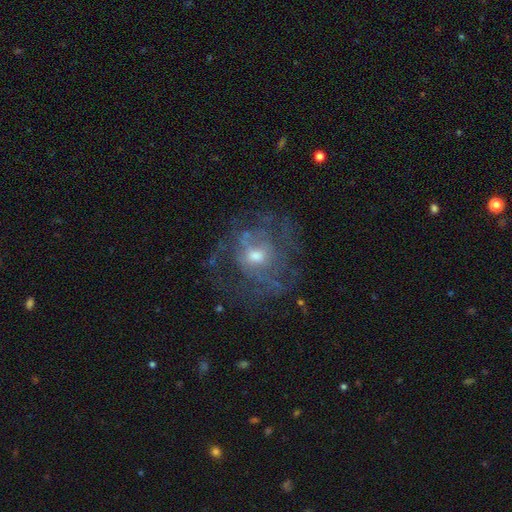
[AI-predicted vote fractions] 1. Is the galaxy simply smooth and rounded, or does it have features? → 67% featured or disk, 21% smooth, 12% star or artifact.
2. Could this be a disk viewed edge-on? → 97% no, 3% yes.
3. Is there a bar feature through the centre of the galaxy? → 72% no, 23% weak, 5% strong.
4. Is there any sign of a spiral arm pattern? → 56% no, 44% yes.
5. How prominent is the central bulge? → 56% moderate, 37% small, 4% large, 2% none, 1% dominant.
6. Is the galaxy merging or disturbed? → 56% none, 24% major disturbance, 18% minor disturbance, 2% merger.